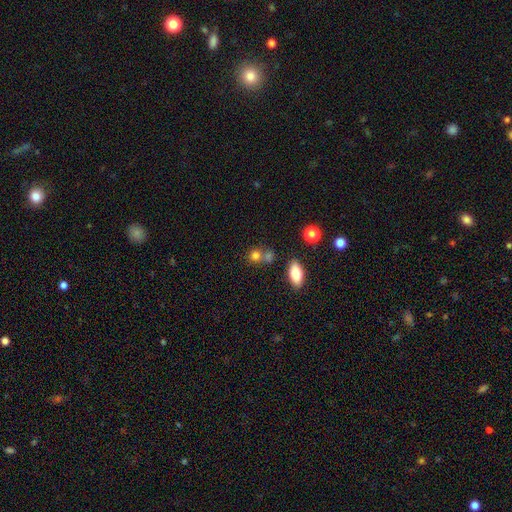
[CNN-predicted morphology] Smooth or featured?
  - smooth: 79% *
  - star or artifact: 12%
  - featured or disk: 9%
How rounded?
  - round: 75% *
  - in between: 23%
  - cigar-shaped: 2%
Merging?
  - none: 50% *
  - merger: 37%
  - minor disturbance: 9%
  - major disturbance: 4%